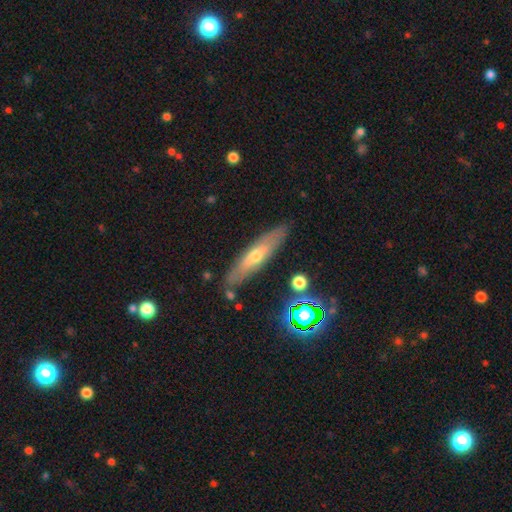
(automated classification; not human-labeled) featured or disk 52%, smooth 41%, star or artifact 8%. Down the decision tree: edge-on disk — yes (70%); merging — none (84%).